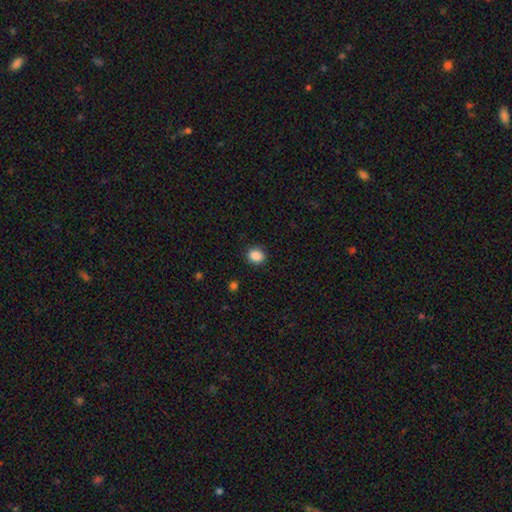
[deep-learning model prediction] Smooth or featured? Predicted: smooth (p=0.88). How rounded? Predicted: round (p=0.65). Merging? Predicted: none (p=0.88).